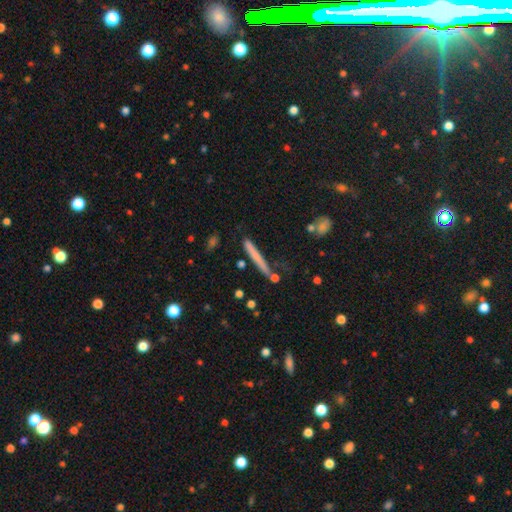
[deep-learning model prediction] The model was most divided on "smooth or featured": smooth: 63%, featured or disk: 29%, star or artifact: 8%. More confident: how rounded — cigar-shaped (96%); merging — none (76%).